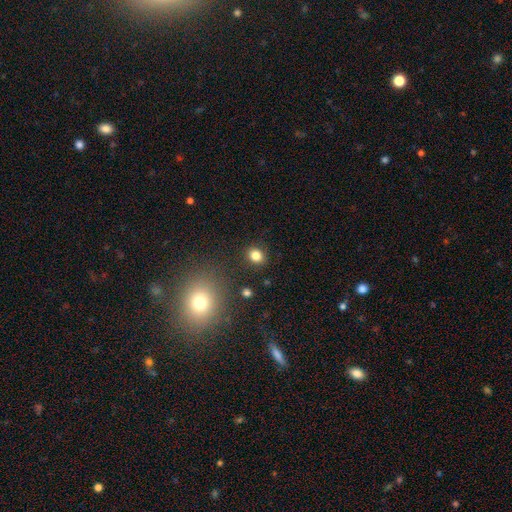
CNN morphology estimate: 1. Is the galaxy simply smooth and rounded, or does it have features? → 82% smooth, 12% star or artifact, 6% featured or disk.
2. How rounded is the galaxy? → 59% round, 40% in between, 1% cigar-shaped.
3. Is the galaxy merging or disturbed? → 87% none, 8% minor disturbance, 3% major disturbance, 2% merger.